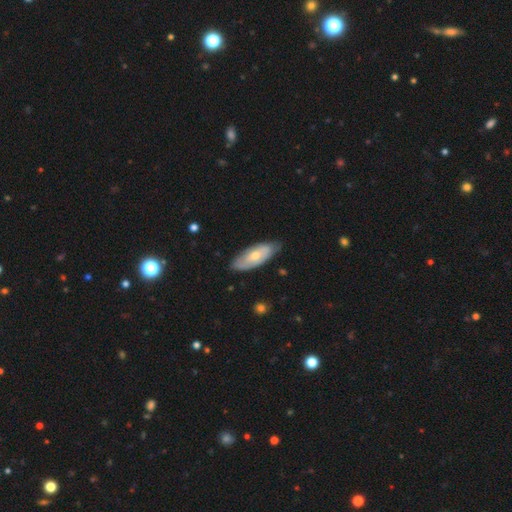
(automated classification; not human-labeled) Q: Smooth or featured?
A: smooth (54%); runner-up: featured or disk (41%)
Q: How rounded?
A: in between (79%); runner-up: cigar-shaped (19%)
Q: Merging?
A: none (77%); runner-up: minor disturbance (19%)